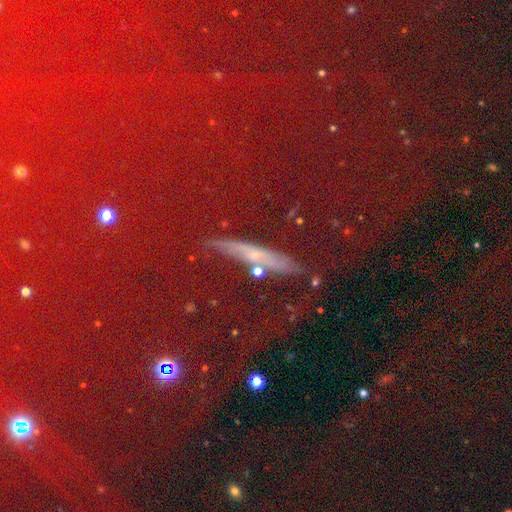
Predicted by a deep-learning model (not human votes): This is possibly a star or artifact rather than a galaxy (48%).